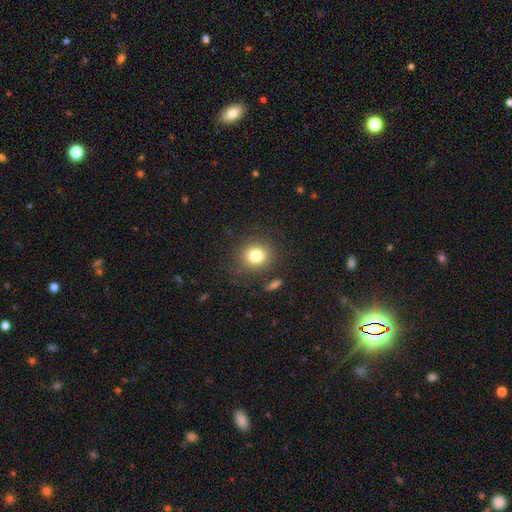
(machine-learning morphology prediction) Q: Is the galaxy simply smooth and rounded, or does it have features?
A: smooth — 80%.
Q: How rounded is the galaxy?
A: round — 82%.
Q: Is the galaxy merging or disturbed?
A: none — 85%.